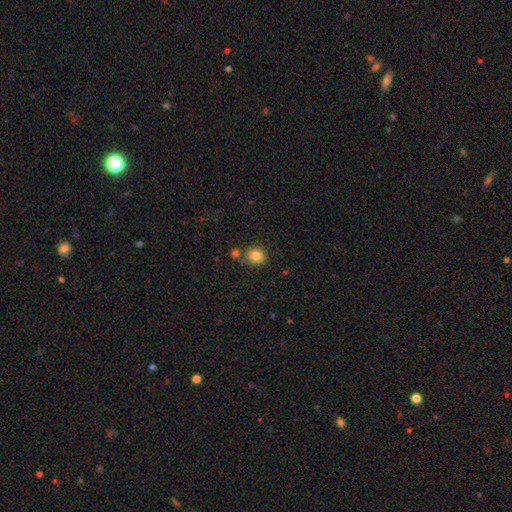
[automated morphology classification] Smooth or featured? smooth (84%)
How rounded? round (70%)
Merging? none (73%)